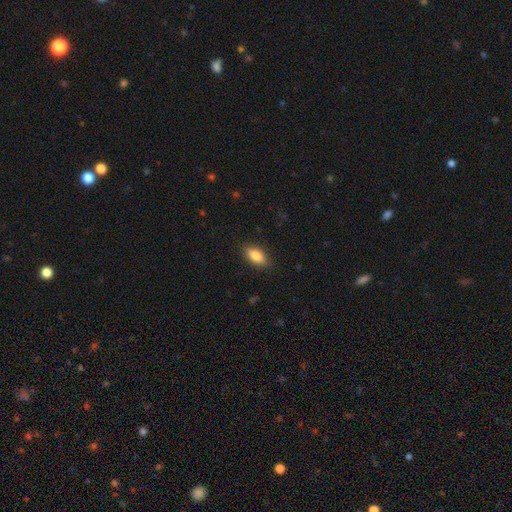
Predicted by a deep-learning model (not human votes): Smooth or featured? smooth (84%)
How rounded? in between (84%)
Merging? none (87%)